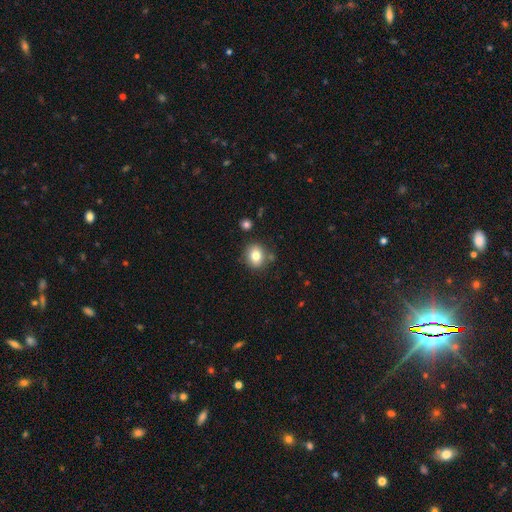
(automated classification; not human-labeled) smooth 80%, featured or disk 10%, star or artifact 10%. Down the decision tree: how rounded — round (67%); merging — none (80%).